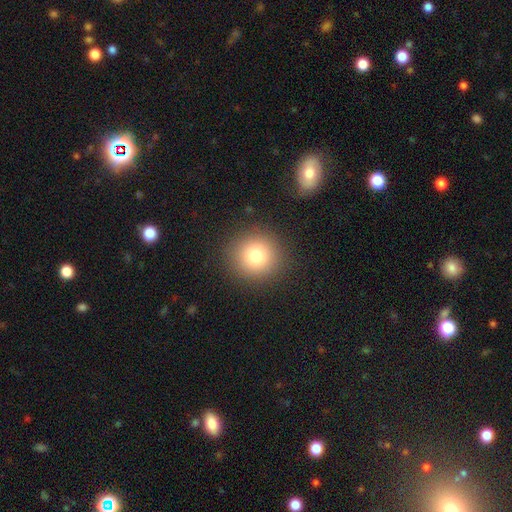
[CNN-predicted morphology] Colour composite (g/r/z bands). It shows a smooth galaxy with no disk features (79%) that is round (94%). Merging: none (90%).